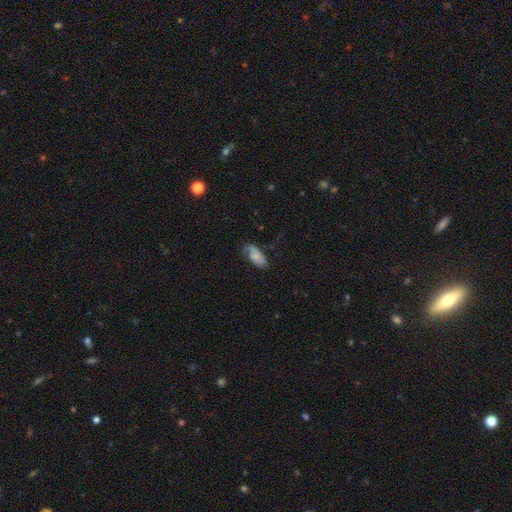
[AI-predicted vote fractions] This is likely a smooth galaxy (64%). How rounded: clearly in between (90%). Merging: possibly none (59%).